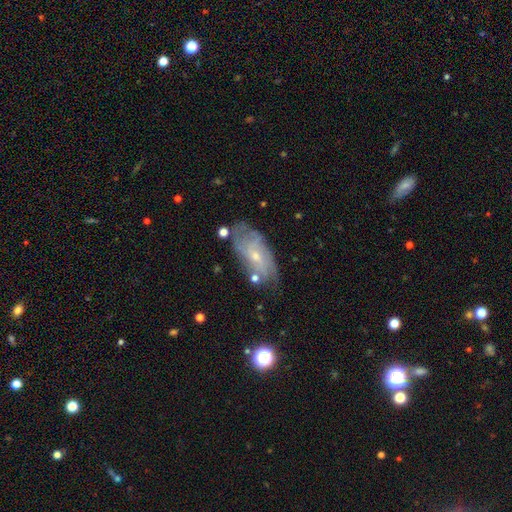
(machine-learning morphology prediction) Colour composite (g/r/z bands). It shows a featured or disk galaxy (62%) with no bar (67%), spiral arms (73%) and a small central bulge (68%). Merging: none (62%).